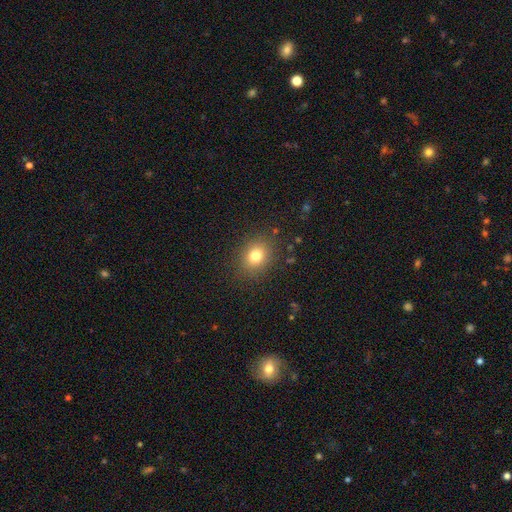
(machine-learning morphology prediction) A smooth galaxy with no disk features (77%) that is round (61%).

Vote fractions:
- Smooth or featured? smooth: 77% / star or artifact: 14% / featured or disk: 9%
- How rounded? round: 61% / in between: 38% / cigar-shaped: 1%
- Merging? none: 87% / minor disturbance: 9% / major disturbance: 3% / merger: 1%